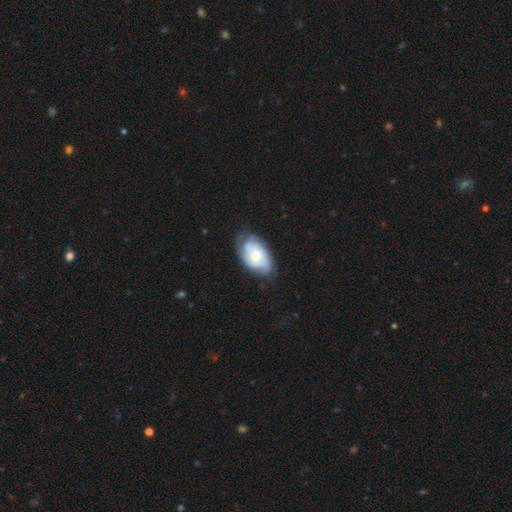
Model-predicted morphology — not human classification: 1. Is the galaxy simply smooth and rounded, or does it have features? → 62% featured or disk, 32% smooth, 6% star or artifact.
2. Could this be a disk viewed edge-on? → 96% no, 4% yes.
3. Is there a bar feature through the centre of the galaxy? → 75% no, 21% weak, 4% strong.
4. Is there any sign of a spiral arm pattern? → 81% yes, 19% no.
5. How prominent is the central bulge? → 54% moderate, 34% small, 8% large, 3% none, 1% dominant.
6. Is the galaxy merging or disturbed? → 59% none, 28% minor disturbance, 11% major disturbance, 2% merger.